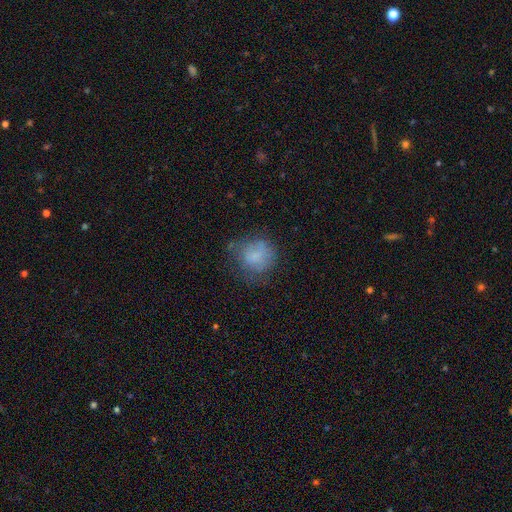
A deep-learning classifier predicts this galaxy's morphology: This appears to be a smooth galaxy with no disk features (67%) that is round (78%). Merging: none (54%).